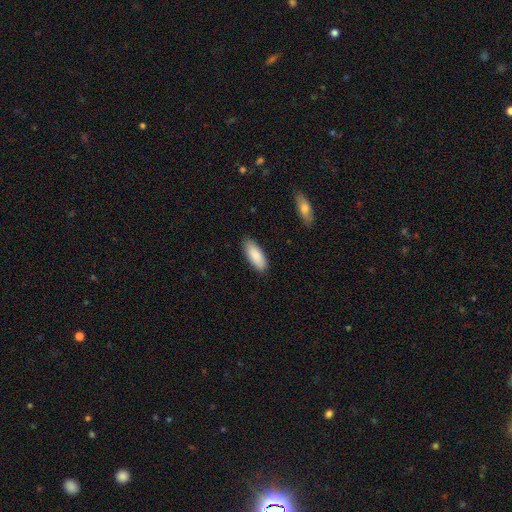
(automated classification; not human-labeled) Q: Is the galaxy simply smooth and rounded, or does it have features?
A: smooth — 87%.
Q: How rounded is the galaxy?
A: in between — 77%.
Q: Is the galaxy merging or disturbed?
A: none — 87%.